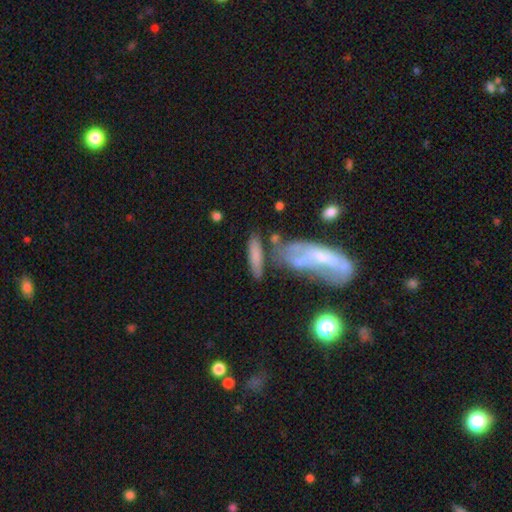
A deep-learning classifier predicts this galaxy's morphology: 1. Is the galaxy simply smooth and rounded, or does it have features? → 68% smooth, 24% featured or disk, 8% star or artifact.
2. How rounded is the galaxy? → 66% cigar-shaped, 32% in between, 3% round.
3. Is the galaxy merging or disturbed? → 51% none, 23% merger, 17% minor disturbance, 9% major disturbance.